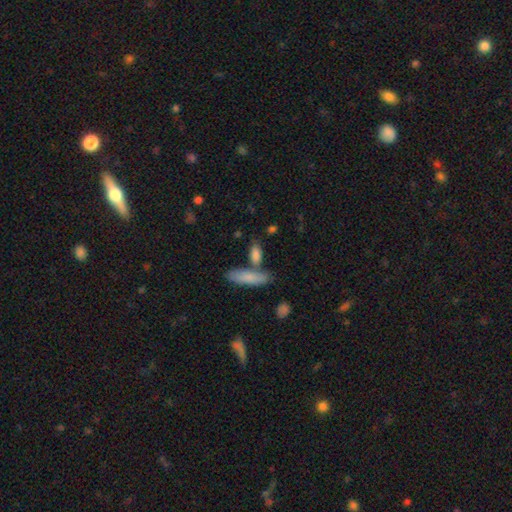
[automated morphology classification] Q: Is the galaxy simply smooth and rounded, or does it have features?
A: smooth — 78%.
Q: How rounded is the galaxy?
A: in between — 50%.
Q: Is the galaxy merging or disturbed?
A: none — 64%.